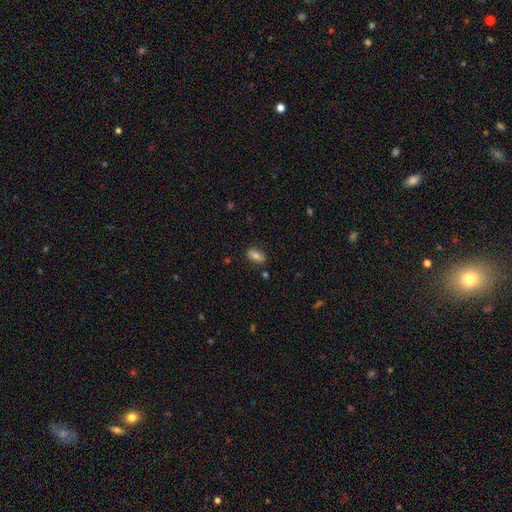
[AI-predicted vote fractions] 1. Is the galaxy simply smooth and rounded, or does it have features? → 73% smooth, 18% featured or disk, 8% star or artifact.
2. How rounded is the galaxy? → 86% in between, 9% cigar-shaped, 5% round.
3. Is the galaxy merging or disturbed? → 84% none, 12% minor disturbance, 3% major disturbance, 2% merger.